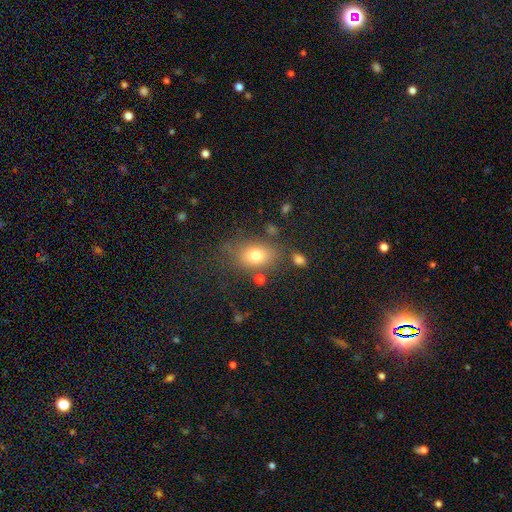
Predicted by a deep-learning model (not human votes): Smooth or featured: smooth — 76% (featured or disk — 13%)
How rounded: in between — 72% (round — 27%)
Merging: none — 71% (minor disturbance — 16%)